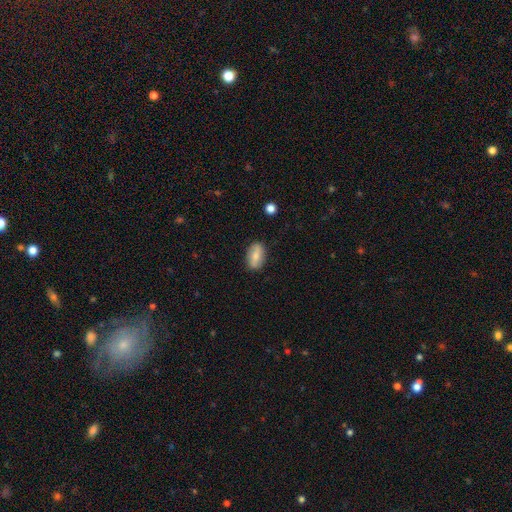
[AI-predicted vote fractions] Q: Smooth or featured?
A: smooth (64%); runner-up: featured or disk (29%)
Q: How rounded?
A: in between (88%); runner-up: round (7%)
Q: Merging?
A: none (85%); runner-up: minor disturbance (11%)